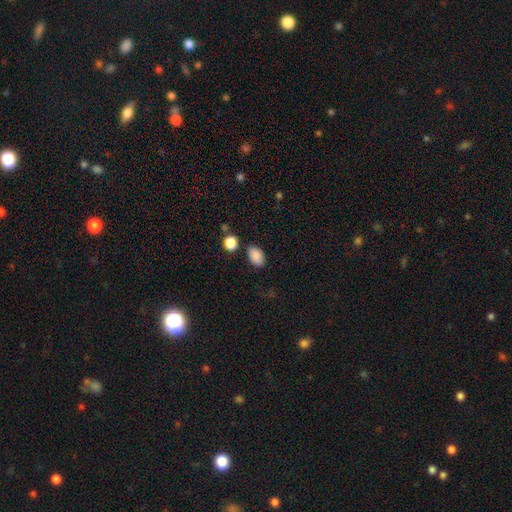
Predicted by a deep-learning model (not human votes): Q: Smooth or featured?
A: smooth (87%); runner-up: star or artifact (9%)
Q: How rounded?
A: in between (87%); runner-up: round (12%)
Q: Merging?
A: none (80%); runner-up: minor disturbance (12%)